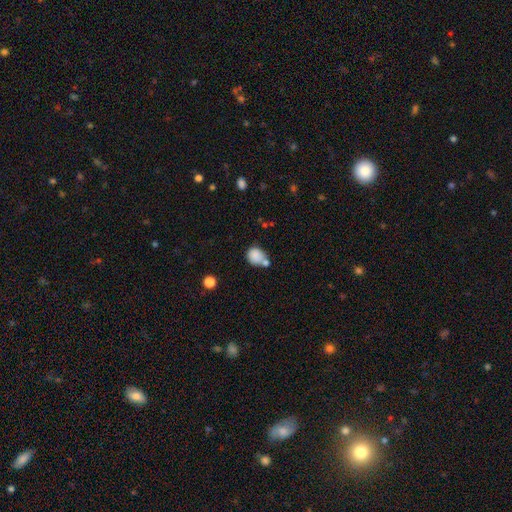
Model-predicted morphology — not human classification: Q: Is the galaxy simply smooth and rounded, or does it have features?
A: smooth — 83%.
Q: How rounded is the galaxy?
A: round — 69%.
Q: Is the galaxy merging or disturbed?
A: none — 48%.